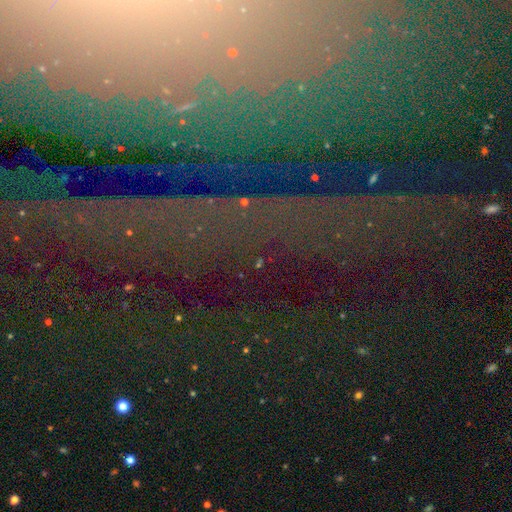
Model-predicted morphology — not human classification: type=star or artifact (76%).